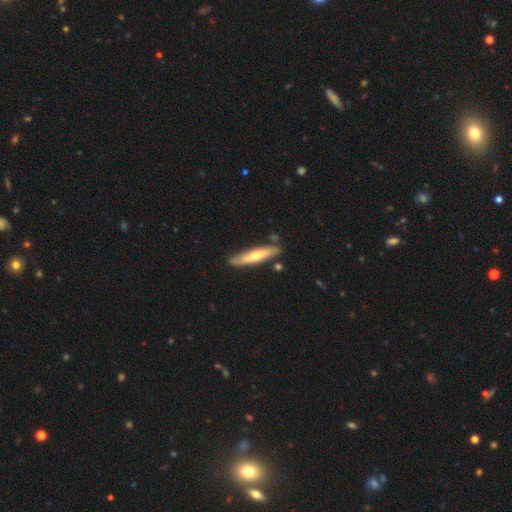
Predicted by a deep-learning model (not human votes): smooth-or-featured: featured or disk: 48% | smooth: 47% | star or artifact: 5%
  merging: none: 82% | minor disturbance: 12% | merger: 4% | major disturbance: 2%